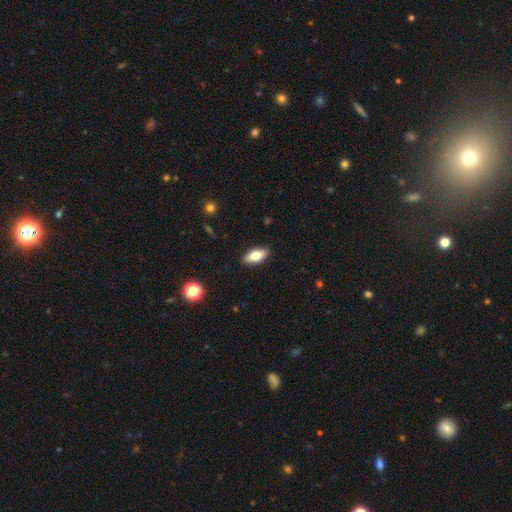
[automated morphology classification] type=smooth (73%); roundness=in between (83%); merging=none (89%).